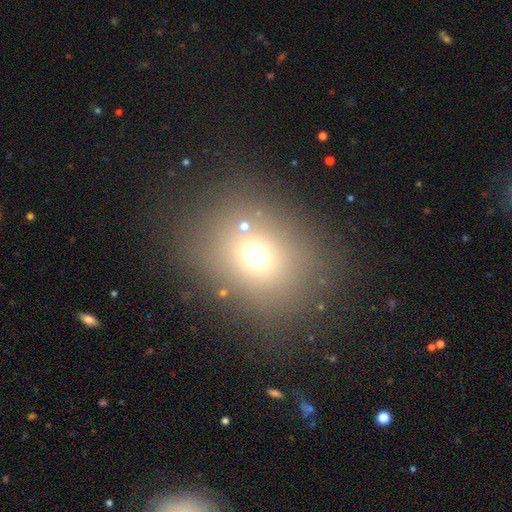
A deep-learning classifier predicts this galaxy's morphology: Smooth or featured? Predicted: smooth (p=0.67). How rounded? Predicted: round (p=0.59). Merging? Predicted: none (p=0.80).